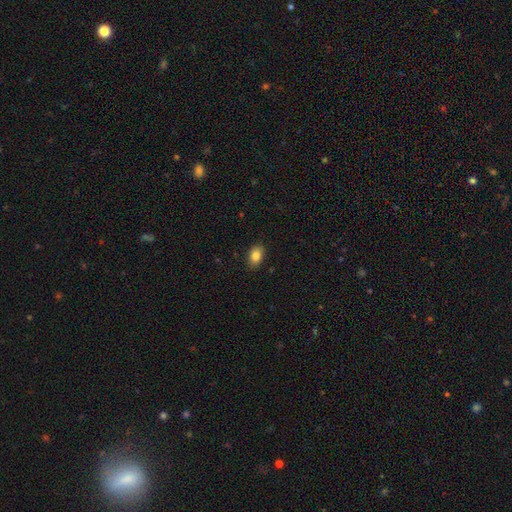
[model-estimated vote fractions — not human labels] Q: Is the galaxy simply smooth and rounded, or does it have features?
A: smooth — 85%.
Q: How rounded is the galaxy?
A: in between — 82%.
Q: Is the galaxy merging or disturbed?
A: none — 87%.